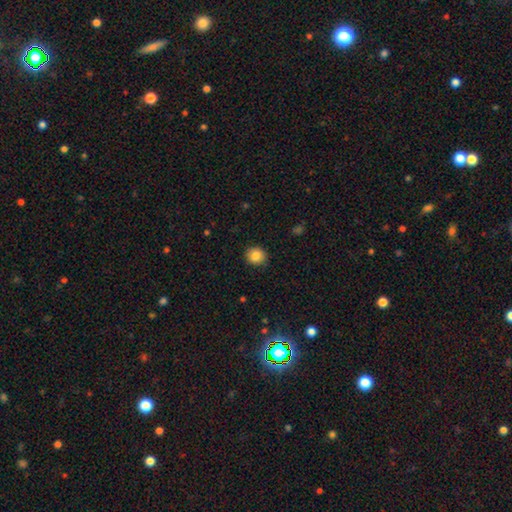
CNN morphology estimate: Q: Smooth or featured?
A: smooth (85%); runner-up: star or artifact (9%)
Q: How rounded?
A: round (85%); runner-up: in between (14%)
Q: Merging?
A: none (90%); runner-up: minor disturbance (7%)